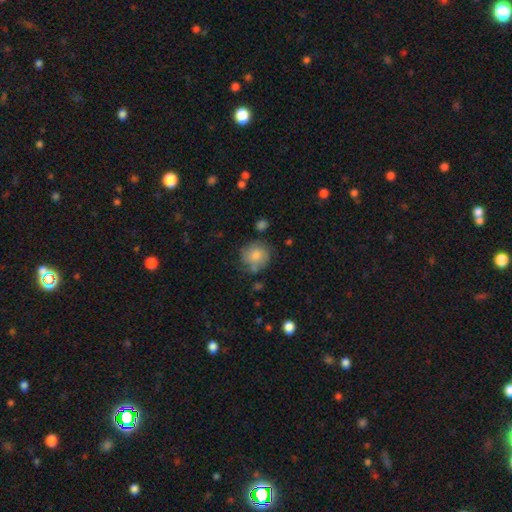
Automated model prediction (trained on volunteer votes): Q: Smooth or featured?
A: smooth (78%); runner-up: featured or disk (14%)
Q: How rounded?
A: round (86%); runner-up: in between (13%)
Q: Merging?
A: none (64%); runner-up: minor disturbance (22%)